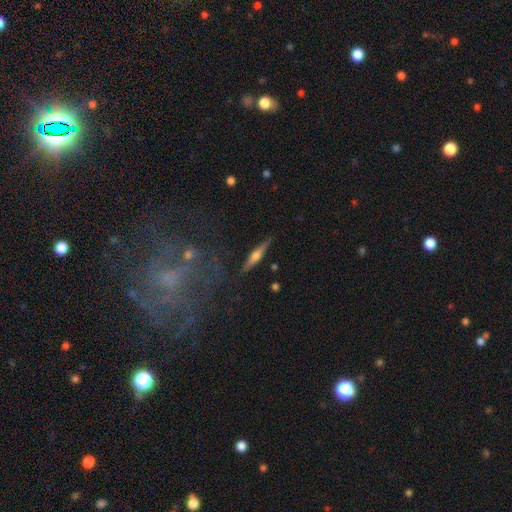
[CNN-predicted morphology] type=featured or disk (58%); edge-on=yes (95%); edge-on bulge=rounded (85%); merging=none (86%).